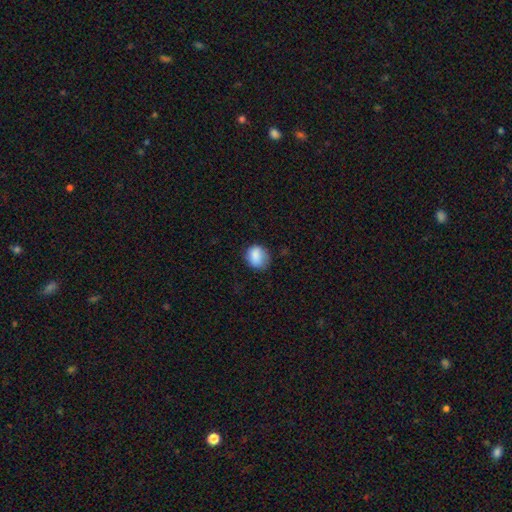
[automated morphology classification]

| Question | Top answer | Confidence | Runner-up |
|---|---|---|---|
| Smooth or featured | smooth | 85% | star or artifact (8%) |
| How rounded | round | 64% | in between (35%) |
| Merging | none | 67% | minor disturbance (25%) |